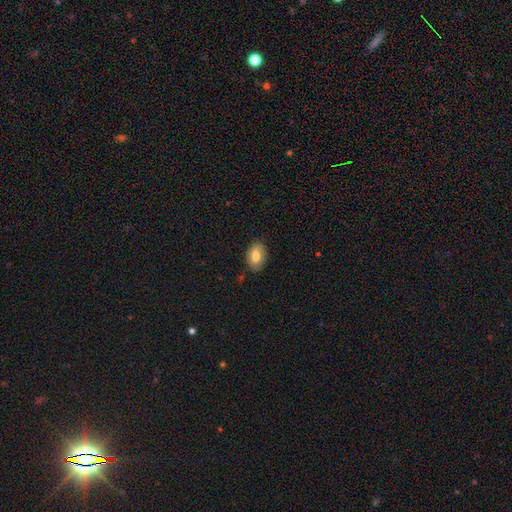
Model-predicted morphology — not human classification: smooth 76%, featured or disk 17%, star or artifact 7%. Down the decision tree: how rounded — in between (87%); merging — none (81%).